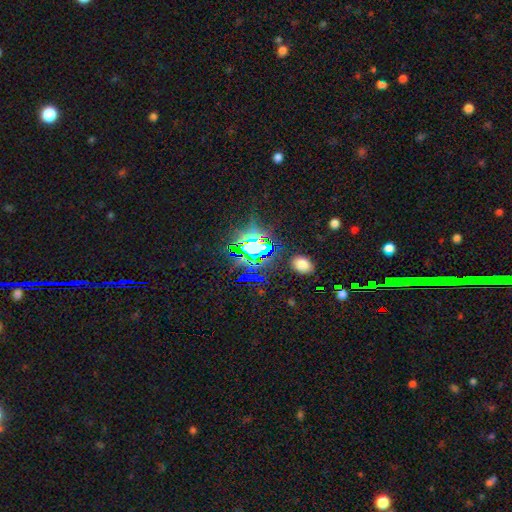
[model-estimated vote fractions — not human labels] Smooth or featured: star or artifact — 83% (smooth — 9%)